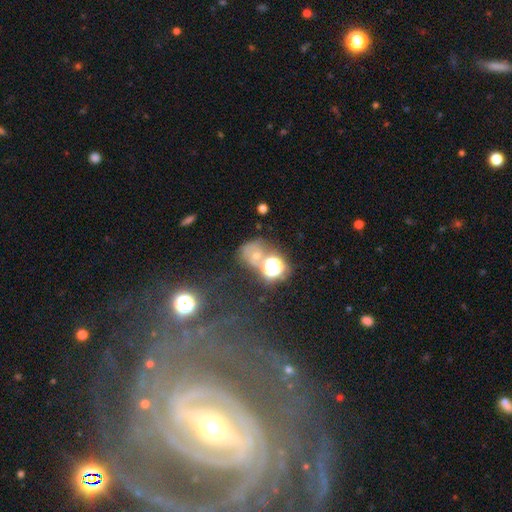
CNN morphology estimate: Q: Smooth or featured?
A: smooth (48%); runner-up: star or artifact (33%)
Q: Merging?
A: none (41%); runner-up: merger (29%)